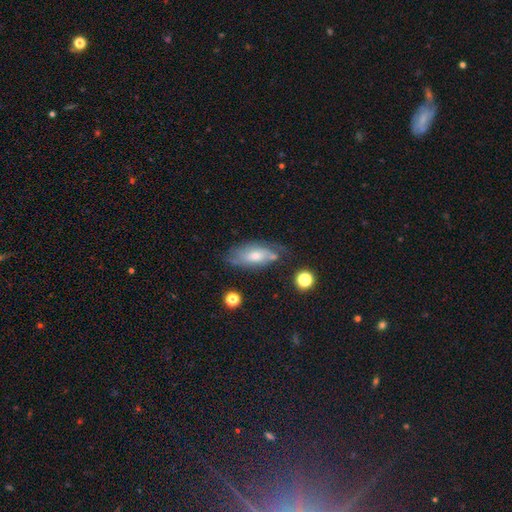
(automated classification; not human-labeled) Smooth or featured? featured or disk (46%)
Merging? none (55%)